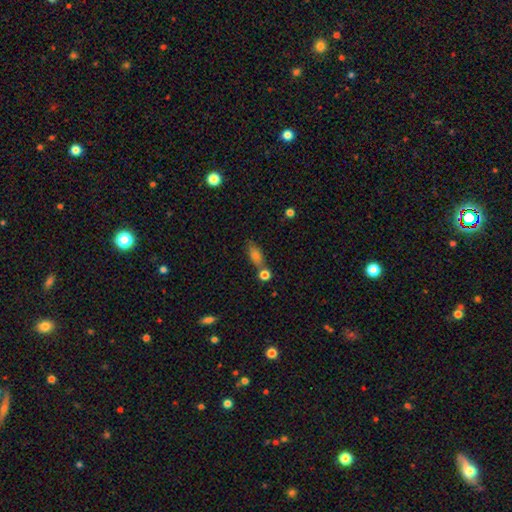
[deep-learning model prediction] smooth_or_featured: smooth (p=0.72) [alt: featured or disk p=0.17]
how_rounded: in between (p=0.69) [alt: cigar-shaped p=0.23]
merging: none (p=0.65) [alt: merger p=0.17]